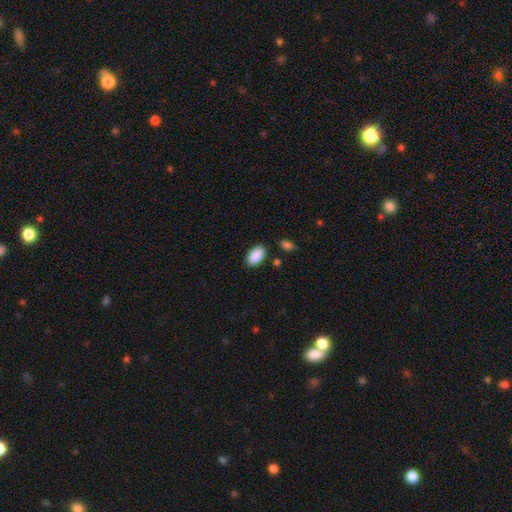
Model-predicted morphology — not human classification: Smooth or featured?
  - smooth: 90% *
  - star or artifact: 7%
  - featured or disk: 3%
How rounded?
  - in between: 94% *
  - round: 5%
  - cigar-shaped: 2%
Merging?
  - none: 85% *
  - minor disturbance: 10%
  - merger: 3%
  - major disturbance: 3%